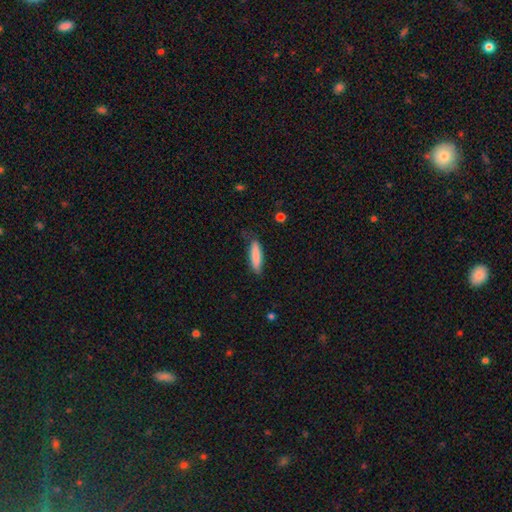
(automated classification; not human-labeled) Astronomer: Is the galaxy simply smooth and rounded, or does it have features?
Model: smooth — 85%.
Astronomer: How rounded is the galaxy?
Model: cigar-shaped — 65%.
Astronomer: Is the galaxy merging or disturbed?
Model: none — 78%.